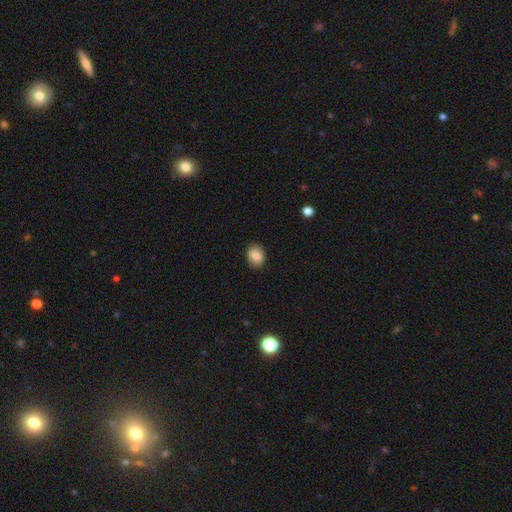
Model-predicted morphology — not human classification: Q: Smooth or featured?
A: smooth (87%); runner-up: star or artifact (8%)
Q: How rounded?
A: in between (57%); runner-up: round (42%)
Q: Merging?
A: none (86%); runner-up: minor disturbance (11%)